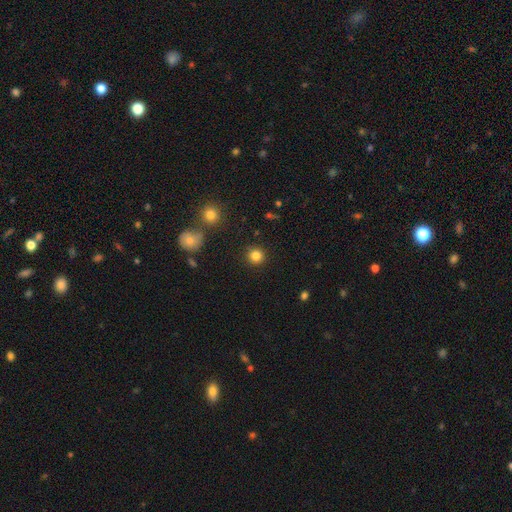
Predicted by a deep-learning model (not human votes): Q: Smooth or featured?
A: smooth (84%); runner-up: star or artifact (12%)
Q: How rounded?
A: round (94%); runner-up: in between (5%)
Q: Merging?
A: none (91%); runner-up: minor disturbance (5%)